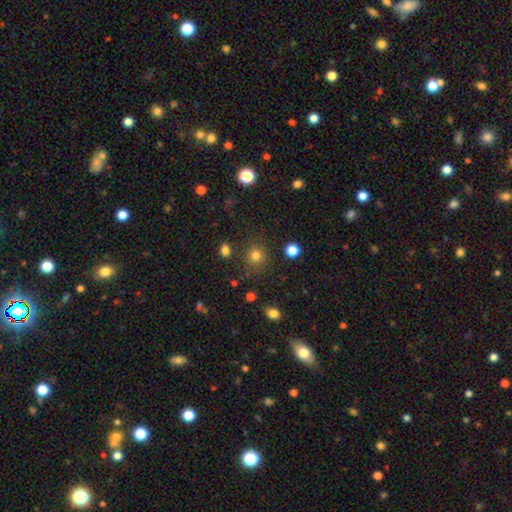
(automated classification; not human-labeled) Smooth or featured? Predicted: smooth (p=0.79). How rounded? Predicted: round (p=0.88). Merging? Predicted: none (p=0.82).